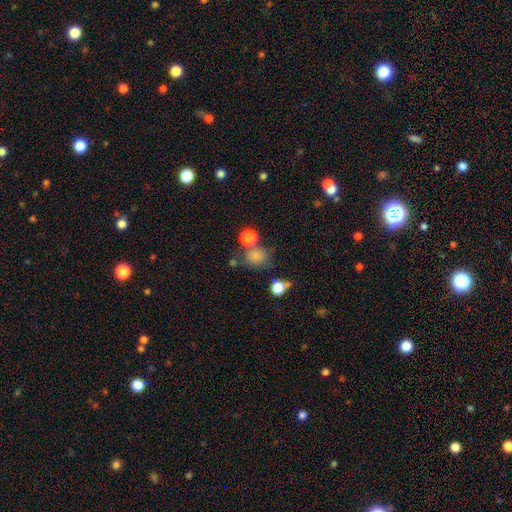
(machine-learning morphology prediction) smooth 79%, star or artifact 15%, featured or disk 7%. Down the decision tree: how rounded — round (76%); merging — none (63%).